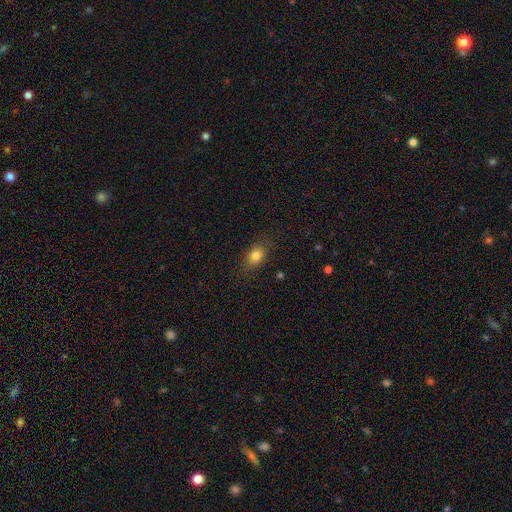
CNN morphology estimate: This appears to be a smooth galaxy with no disk features (80%) that is in between round and cigar-shaped (68%). Merging: none (82%).